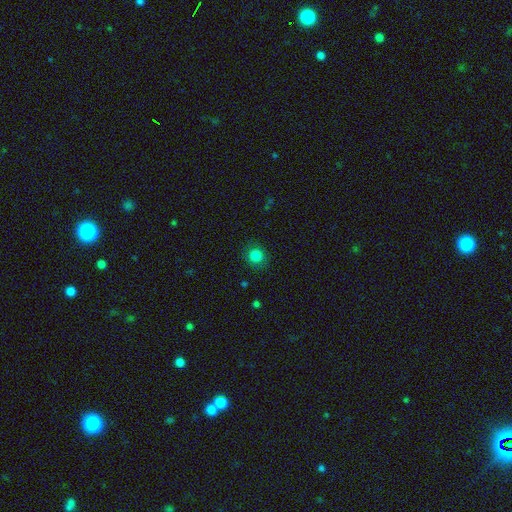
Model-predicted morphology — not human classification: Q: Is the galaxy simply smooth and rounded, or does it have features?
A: smooth — 84%.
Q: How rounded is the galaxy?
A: round — 90%.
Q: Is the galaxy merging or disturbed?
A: none — 87%.